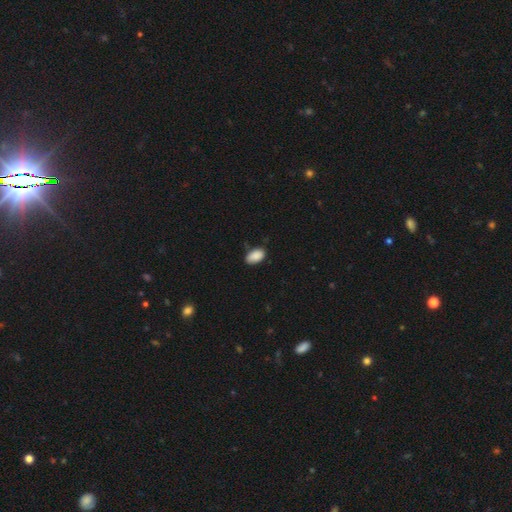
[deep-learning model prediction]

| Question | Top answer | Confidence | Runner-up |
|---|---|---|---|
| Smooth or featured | smooth | 90% | star or artifact (7%) |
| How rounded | in between | 93% | round (5%) |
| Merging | none | 76% | minor disturbance (20%) |